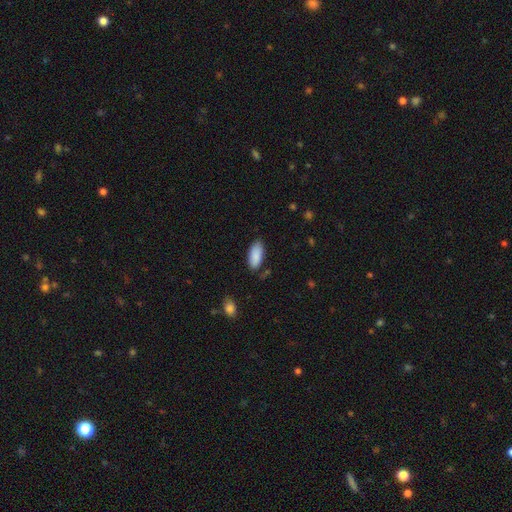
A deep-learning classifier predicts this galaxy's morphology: Smooth or featured? Predicted: smooth (p=0.89). How rounded? Predicted: in between (p=0.89). Merging? Predicted: none (p=0.80).